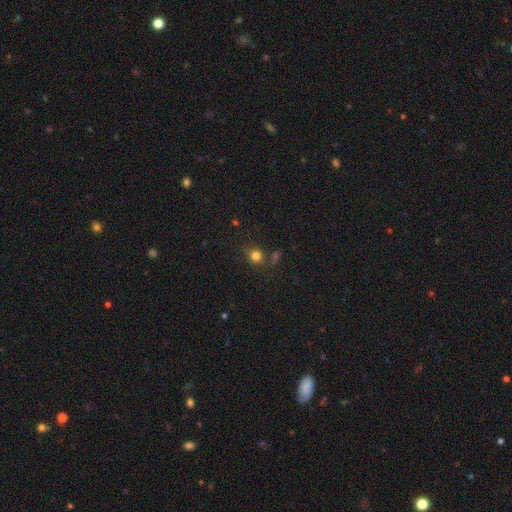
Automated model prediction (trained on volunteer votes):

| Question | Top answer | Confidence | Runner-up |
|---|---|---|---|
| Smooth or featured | smooth | 77% | star or artifact (16%) |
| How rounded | round | 83% | in between (16%) |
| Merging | none | 71% | minor disturbance (13%) |